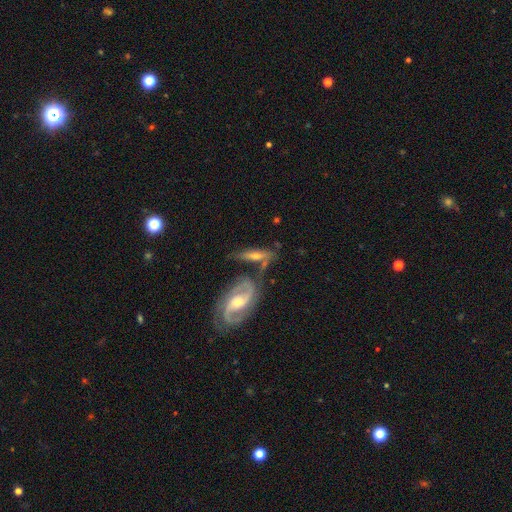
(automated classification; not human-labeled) Q: Smooth or featured?
A: featured or disk (59%); runner-up: smooth (34%)
Q: Edge-on disk?
A: no (54%); runner-up: yes (46%)
Q: Merging?
A: none (47%); runner-up: merger (29%)